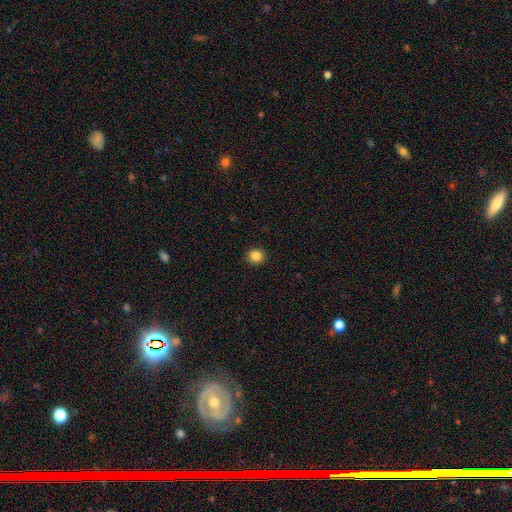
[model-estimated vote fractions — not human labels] Smooth or featured? Predicted: smooth (p=0.85). How rounded? Predicted: round (p=0.89). Merging? Predicted: none (p=0.92).